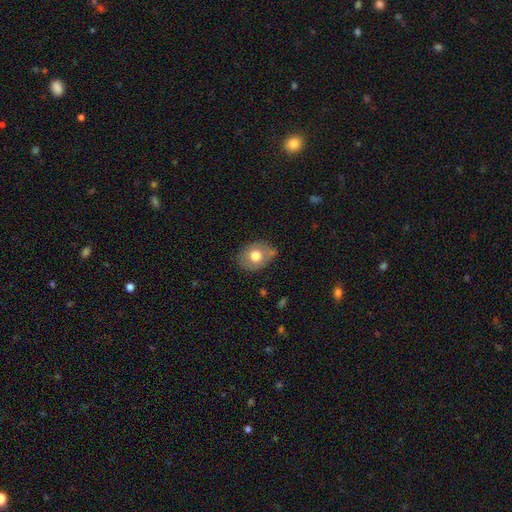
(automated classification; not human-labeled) Smooth or featured? smooth (71%)
How rounded? in between (54%)
Merging? none (67%)